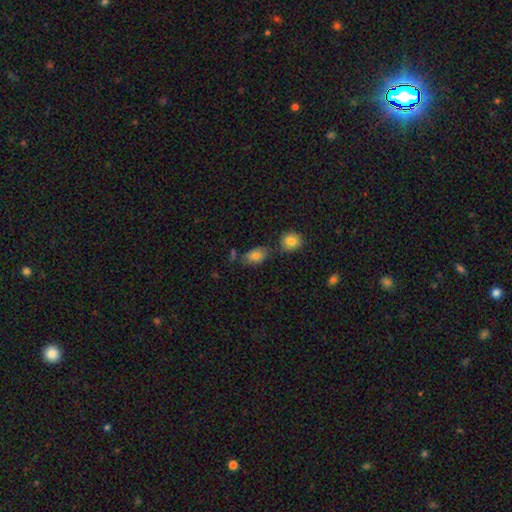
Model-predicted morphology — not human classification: type=smooth (80%); roundness=in between (85%); merging=none (58%).